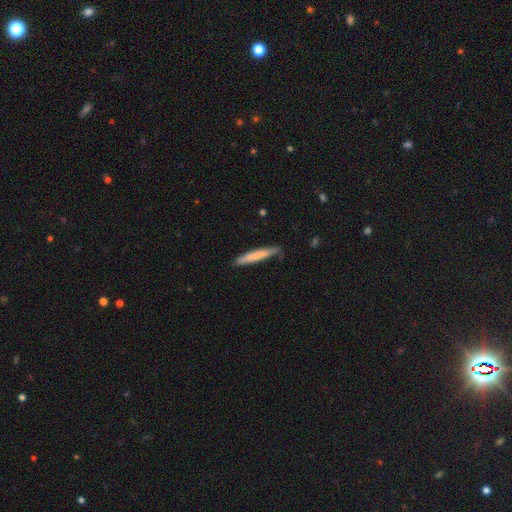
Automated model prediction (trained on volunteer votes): This appears to be a smooth galaxy with no disk features (74%) that is cigar-shaped (95%). Merging: none (79%).